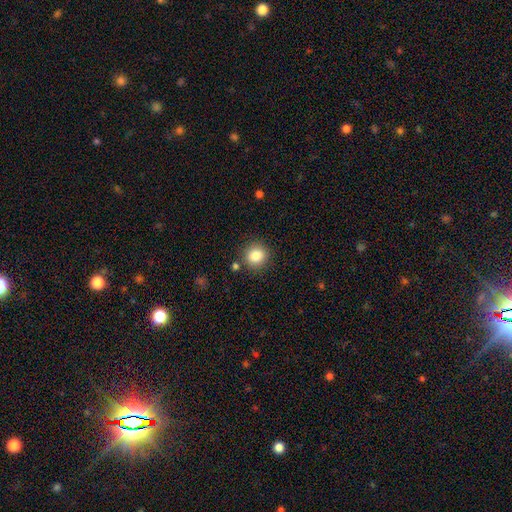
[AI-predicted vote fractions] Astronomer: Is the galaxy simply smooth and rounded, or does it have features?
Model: smooth — 84%.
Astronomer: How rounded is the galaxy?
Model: round — 87%.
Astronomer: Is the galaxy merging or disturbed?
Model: none — 86%.